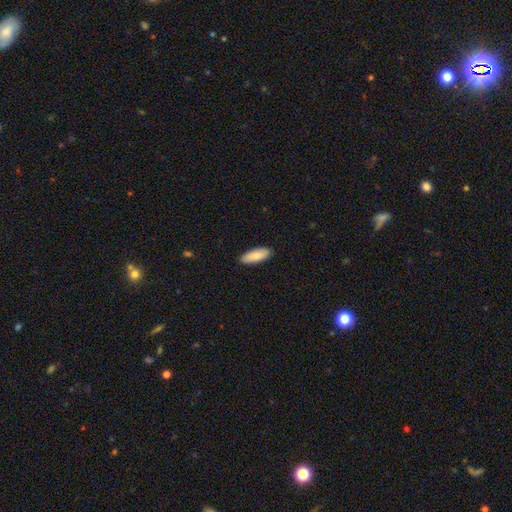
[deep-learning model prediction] Q: Smooth or featured?
A: smooth (84%); runner-up: featured or disk (10%)
Q: How rounded?
A: in between (72%); runner-up: cigar-shaped (26%)
Q: Merging?
A: none (90%); runner-up: minor disturbance (7%)